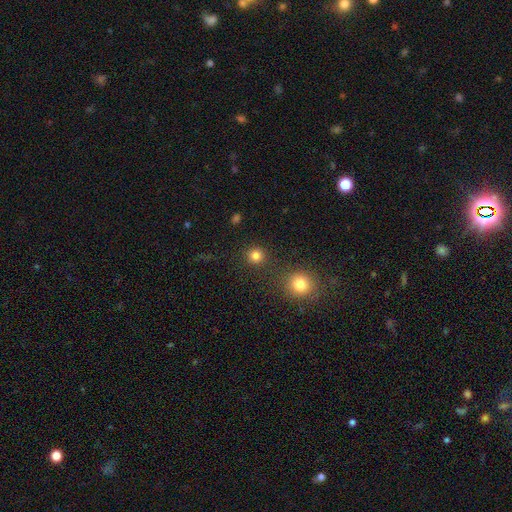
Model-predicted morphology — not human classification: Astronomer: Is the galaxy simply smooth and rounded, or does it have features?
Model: smooth — 82%.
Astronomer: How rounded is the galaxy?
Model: round — 93%.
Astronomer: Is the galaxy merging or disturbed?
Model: none — 86%.